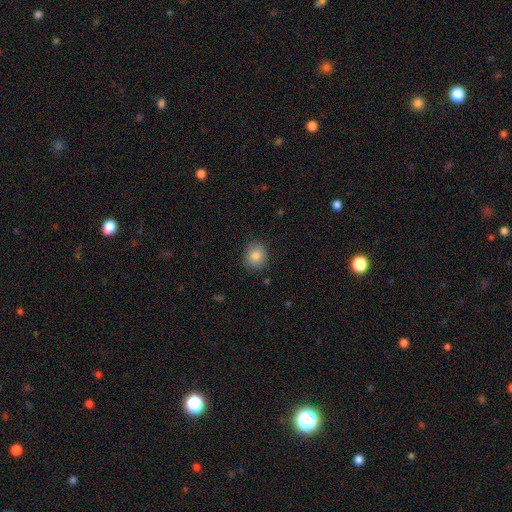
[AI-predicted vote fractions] smooth_or_featured: smooth (p=0.85) [alt: star or artifact p=0.09]
how_rounded: round (p=0.76) [alt: in between p=0.23]
merging: none (p=0.86) [alt: minor disturbance p=0.10]